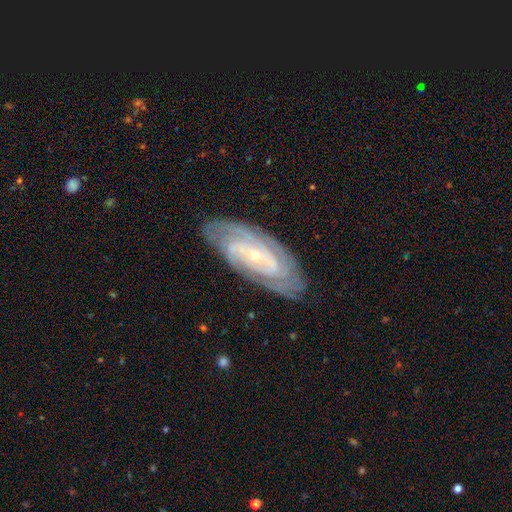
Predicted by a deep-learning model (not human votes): Overall: featured or disk (86%). Edge-on disk: no (93%). Bar: no (54%; weak 31%). Spiral arms: yes (96%). Spiral arm count: 2 (37%; can't tell 27%). Spiral winding: tight (72%). Bulge size: small (79%). Merging: none (81%).